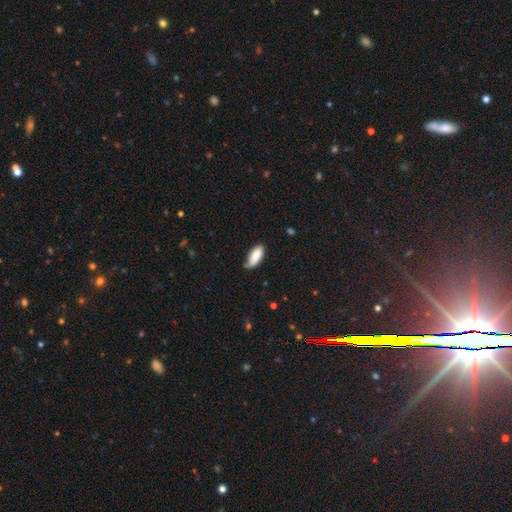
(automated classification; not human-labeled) Smooth or featured?
  - smooth: 84% *
  - featured or disk: 10%
  - star or artifact: 6%
How rounded?
  - in between: 83% *
  - cigar-shaped: 15%
  - round: 2%
Merging?
  - none: 64% *
  - minor disturbance: 29%
  - major disturbance: 5%
  - merger: 2%